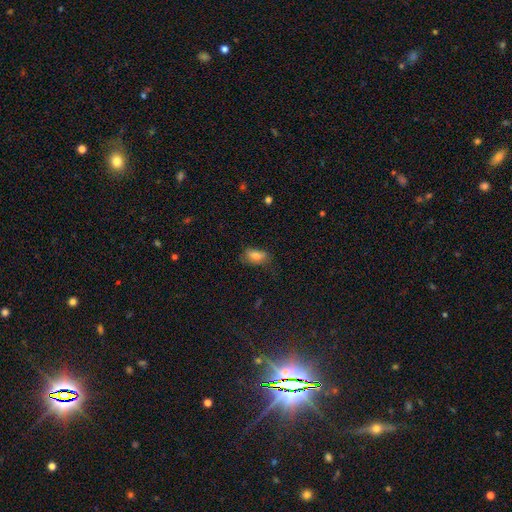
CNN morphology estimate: smooth 77%, featured or disk 12%, star or artifact 11%. Down the decision tree: how rounded — in between (86%); merging — none (60%).